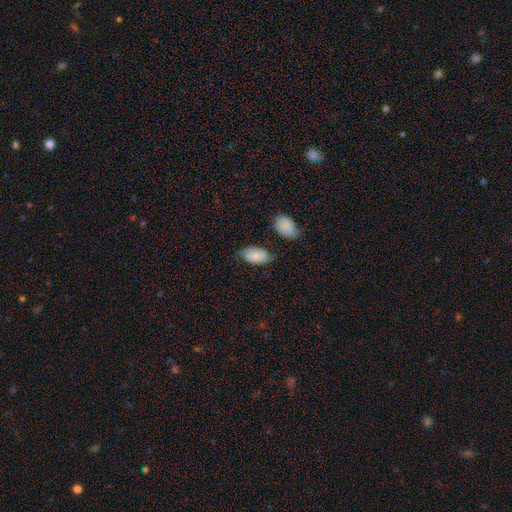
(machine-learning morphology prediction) Smooth or featured? smooth (76%)
How rounded? in between (93%)
Merging? none (59%)